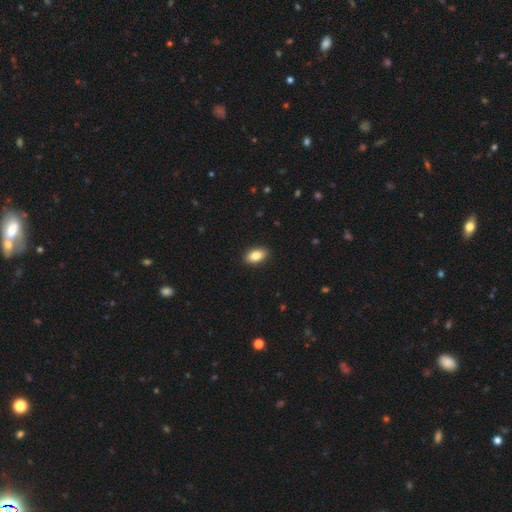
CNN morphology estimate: Smooth or featured? smooth (85%)
How rounded? in between (91%)
Merging? none (91%)